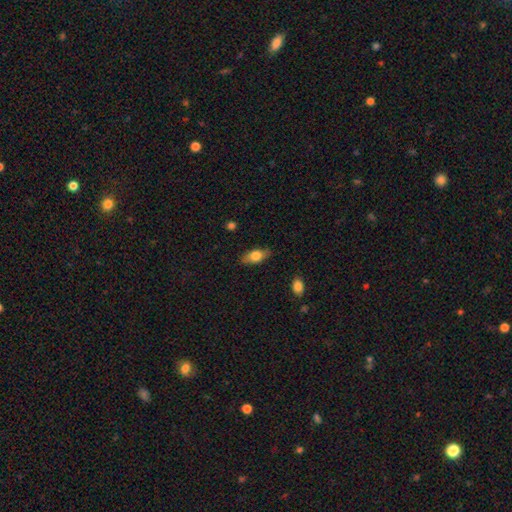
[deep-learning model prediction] Smooth or featured? smooth (69%)
How rounded? in between (82%)
Merging? none (83%)